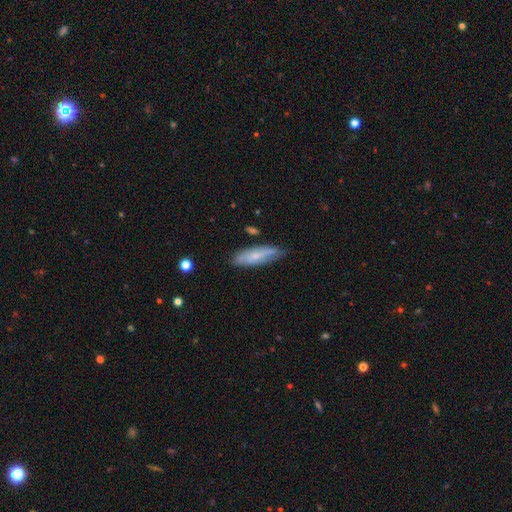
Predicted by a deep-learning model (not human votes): The model was most divided on "how rounded": cigar-shaped: 51%, in between: 47%, round: 2%. More confident: merging — none (72%); smooth or featured — smooth (51%).